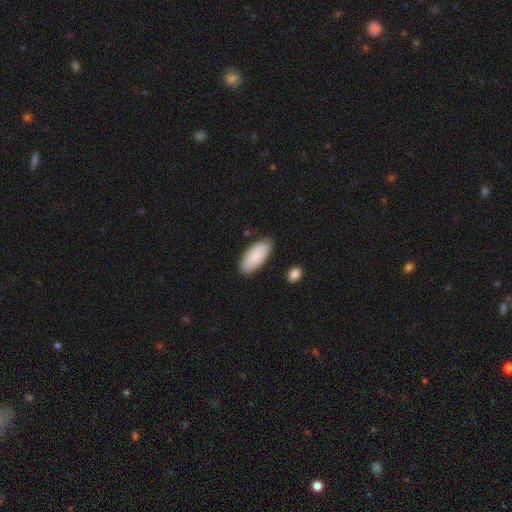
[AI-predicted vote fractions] A smooth galaxy with no disk features (89%) that is in between round and cigar-shaped (85%). Merging: none (86%).